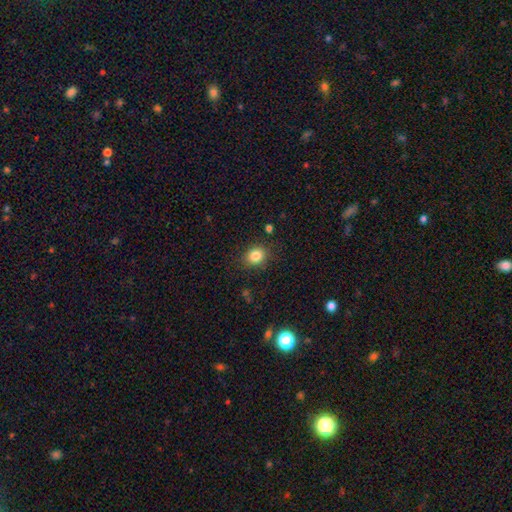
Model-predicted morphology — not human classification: smooth 84%, star or artifact 11%, featured or disk 6%. Down the decision tree: how rounded — round (66%); merging — none (85%).